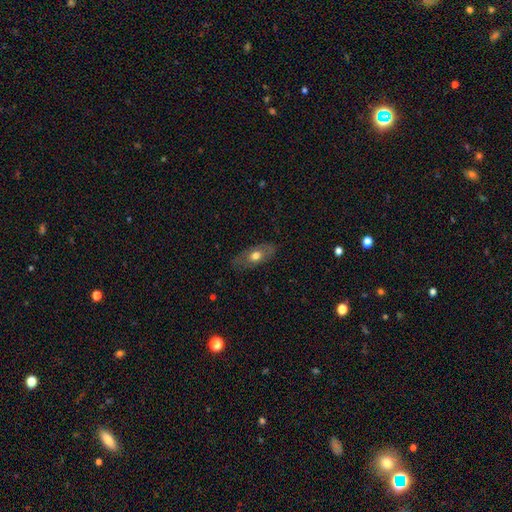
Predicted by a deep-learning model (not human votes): Smooth or featured? smooth (59%)
How rounded? in between (84%)
Merging? none (77%)